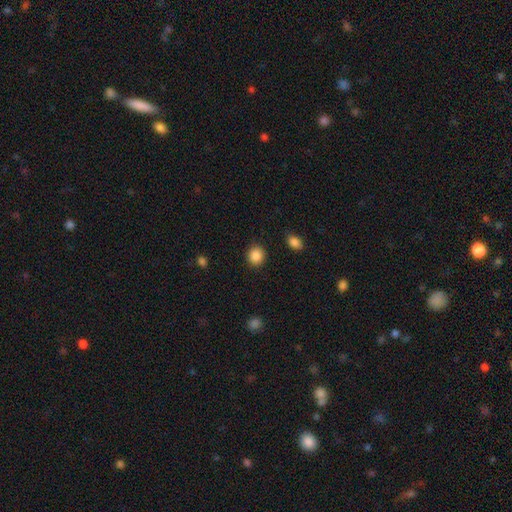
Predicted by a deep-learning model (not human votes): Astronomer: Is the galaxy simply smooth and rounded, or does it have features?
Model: smooth — 88%.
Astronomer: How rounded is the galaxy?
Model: round — 84%.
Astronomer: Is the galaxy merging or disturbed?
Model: none — 89%.